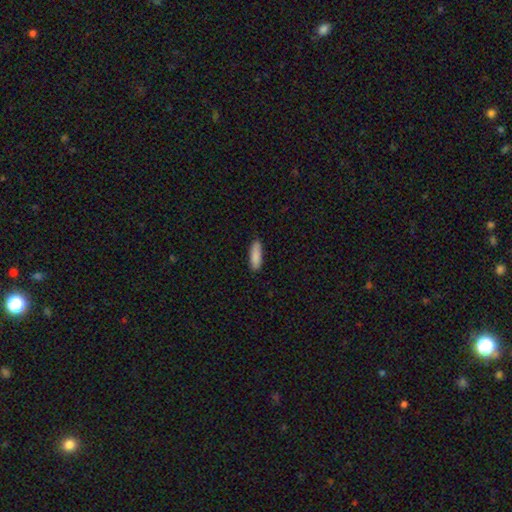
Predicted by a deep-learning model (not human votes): Smooth or featured: smooth — 89% (star or artifact — 6%)
How rounded: cigar-shaped — 52% (in between — 47%)
Merging: none — 87% (minor disturbance — 10%)